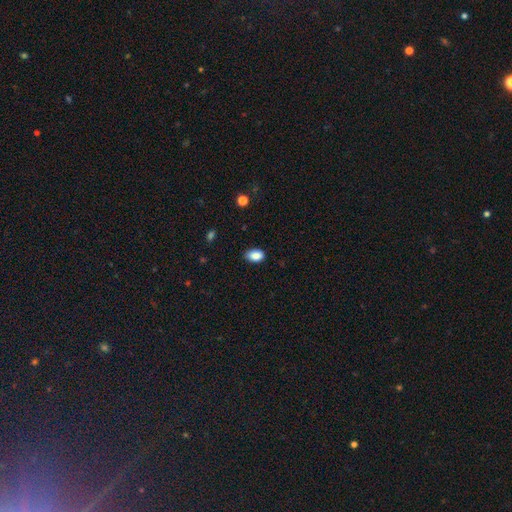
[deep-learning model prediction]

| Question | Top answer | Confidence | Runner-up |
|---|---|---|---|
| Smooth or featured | smooth | 87% | star or artifact (8%) |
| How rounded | in between | 86% | round (12%) |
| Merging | none | 82% | minor disturbance (15%) |